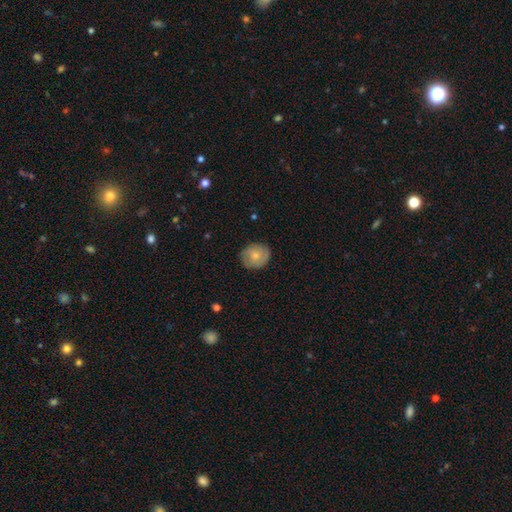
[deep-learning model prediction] A smooth galaxy with no disk features (68%) that is round (78%). Merging: none (82%).